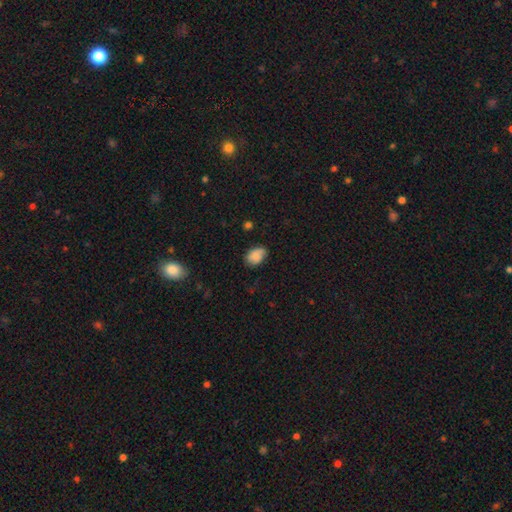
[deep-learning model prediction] smooth 82%, featured or disk 10%, star or artifact 8%. Down the decision tree: how rounded — in between (80%); merging — none (70%).